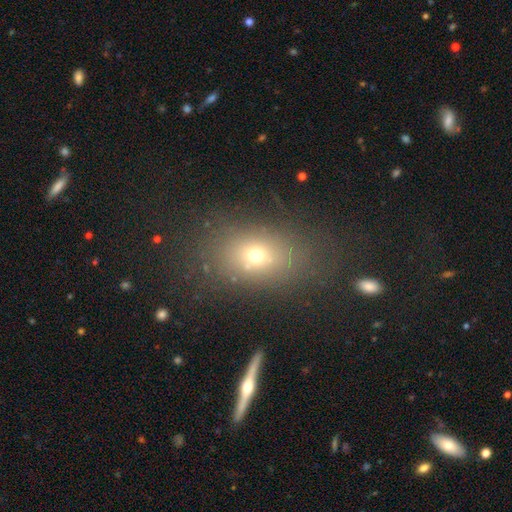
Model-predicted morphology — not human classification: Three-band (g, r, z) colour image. It shows a smooth galaxy with no disk features (65%) that is in between round and cigar-shaped (71%). Merging: none (75%).